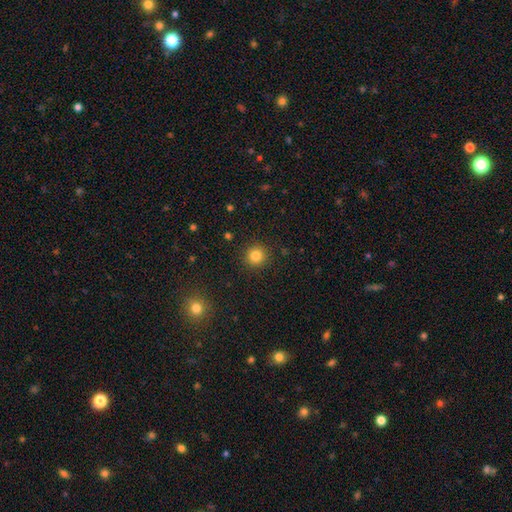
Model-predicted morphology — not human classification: smooth 83%, star or artifact 12%, featured or disk 5%. Down the decision tree: how rounded — round (94%); merging — none (91%).